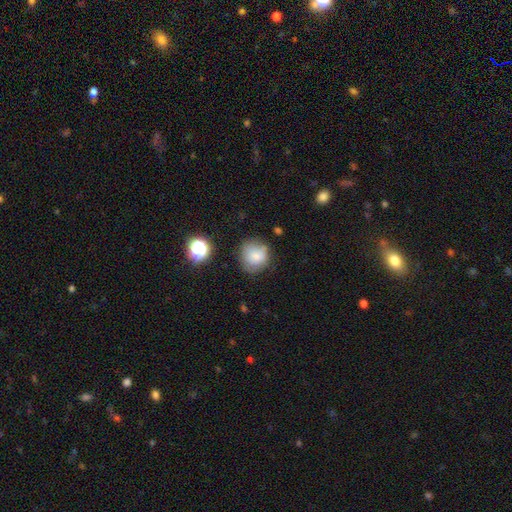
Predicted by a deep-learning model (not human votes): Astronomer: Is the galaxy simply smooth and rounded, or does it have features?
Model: smooth — 76%.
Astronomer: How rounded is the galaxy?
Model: round — 84%.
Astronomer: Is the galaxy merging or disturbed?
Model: none — 64%.